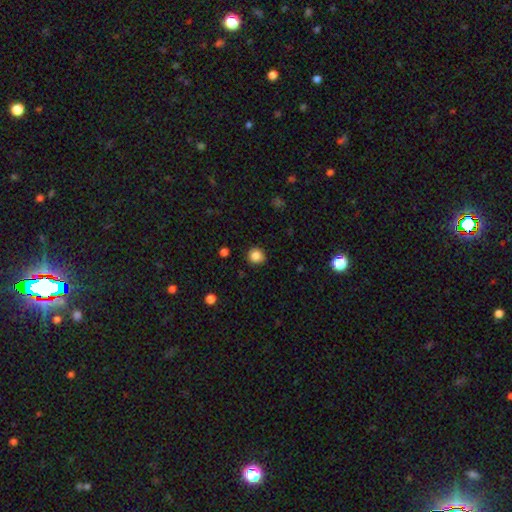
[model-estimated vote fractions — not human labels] This appears to be a smooth galaxy with no disk features (85%) that is round (90%). Merging: none (88%).